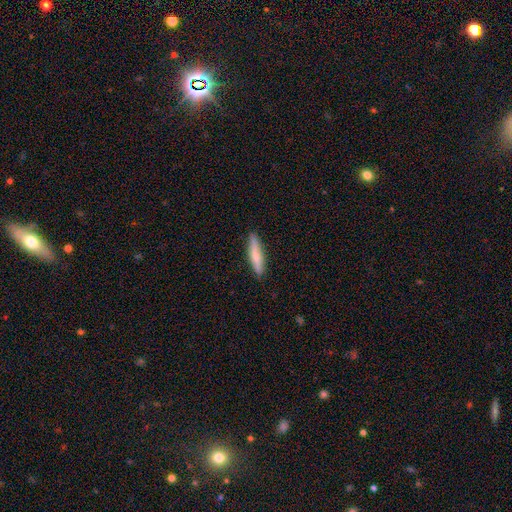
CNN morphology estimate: Overall: smooth (70%). How rounded: cigar-shaped (87%). Merging: none (89%).